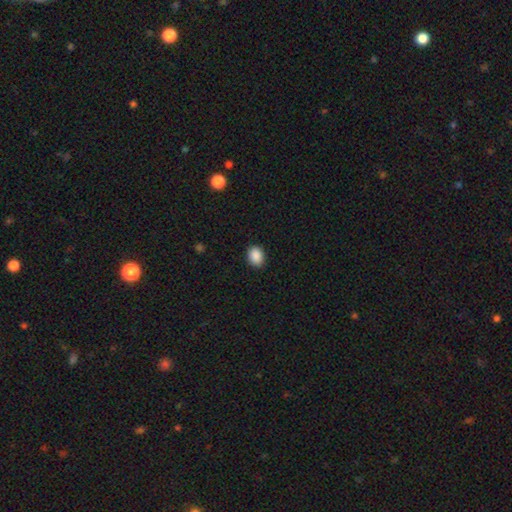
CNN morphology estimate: Overall: smooth (89%). How rounded: in between (61%; round 39%). Merging: none (89%).